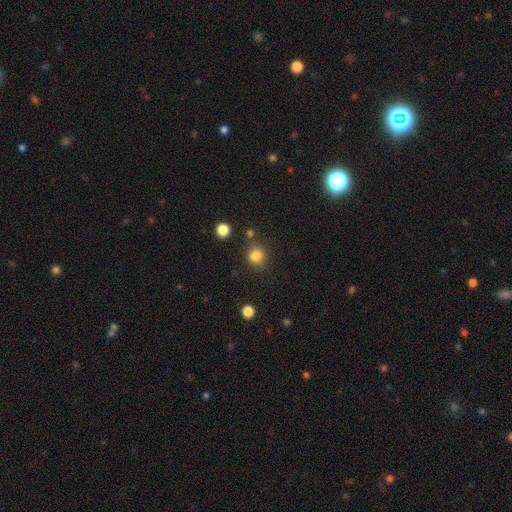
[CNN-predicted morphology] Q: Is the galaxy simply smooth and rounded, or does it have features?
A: smooth — 82%.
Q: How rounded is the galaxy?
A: round — 81%.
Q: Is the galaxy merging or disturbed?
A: none — 76%.